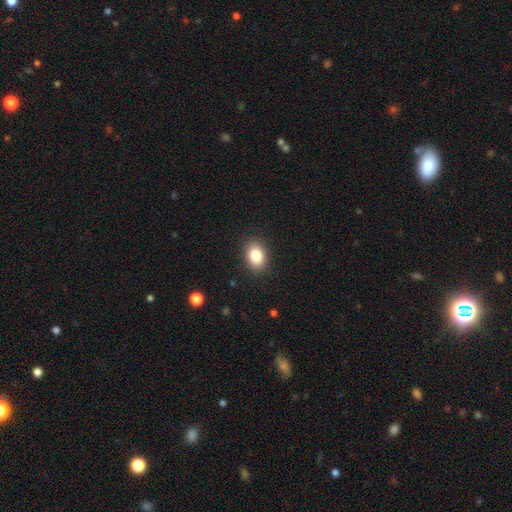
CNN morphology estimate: type=smooth (84%); roundness=in between (74%); merging=none (88%).